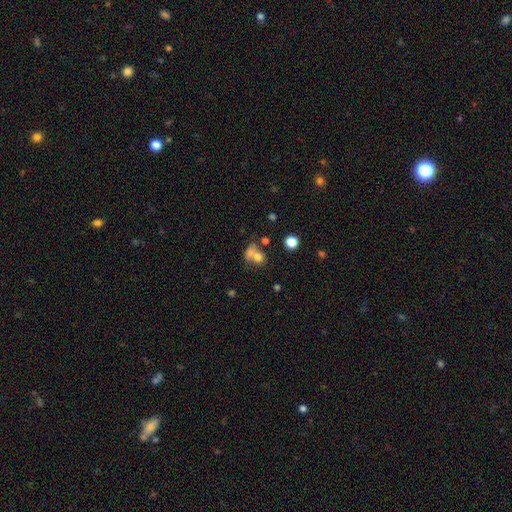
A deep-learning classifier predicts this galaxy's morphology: smooth_or_featured: smooth (p=0.70) [alt: featured or disk p=0.16]
how_rounded: round (p=0.62) [alt: in between p=0.36]
merging: merger (p=0.54) [alt: none p=0.30]